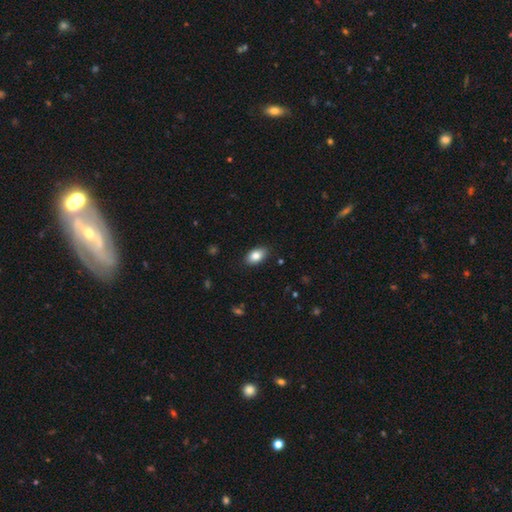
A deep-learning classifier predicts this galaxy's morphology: type=smooth (84%); roundness=in between (91%); merging=none (87%).